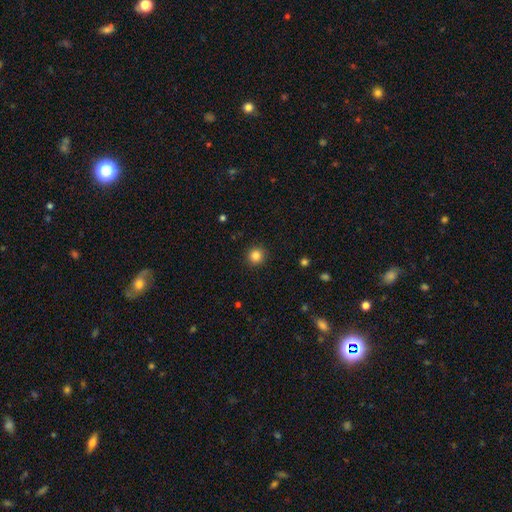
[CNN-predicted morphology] This appears to be a smooth galaxy with no disk features (85%) that is round (94%). Merging: none (92%).